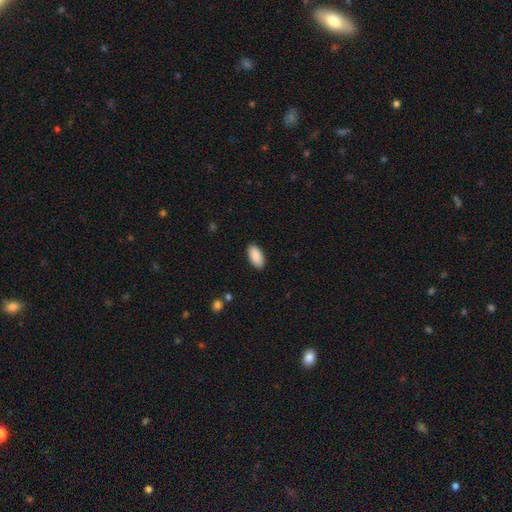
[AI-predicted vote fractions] This appears to be a smooth galaxy with no disk features (89%) that is in between round and cigar-shaped (94%). Merging: none (89%).